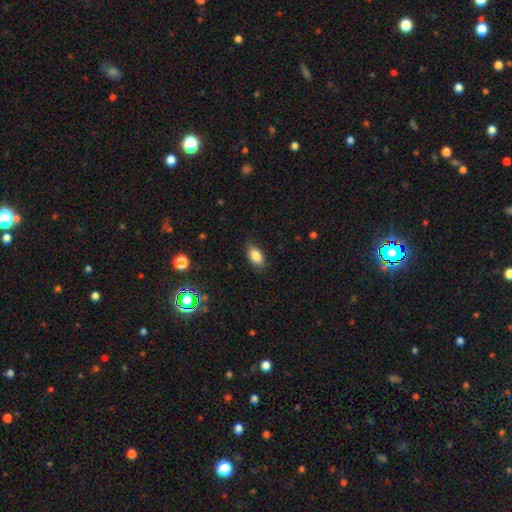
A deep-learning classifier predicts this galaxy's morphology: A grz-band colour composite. It shows a smooth galaxy with no disk features (84%) that is in between round and cigar-shaped (89%). Merging: none (84%).